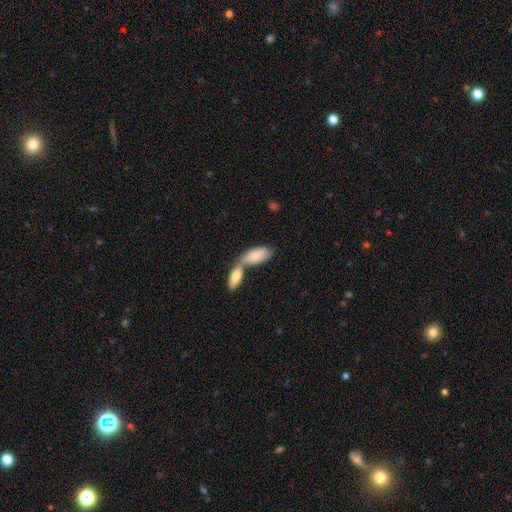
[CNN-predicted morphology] This appears to be a smooth galaxy with no disk features (75%) that is in between round and cigar-shaped (85%). Merging: merger (66%).